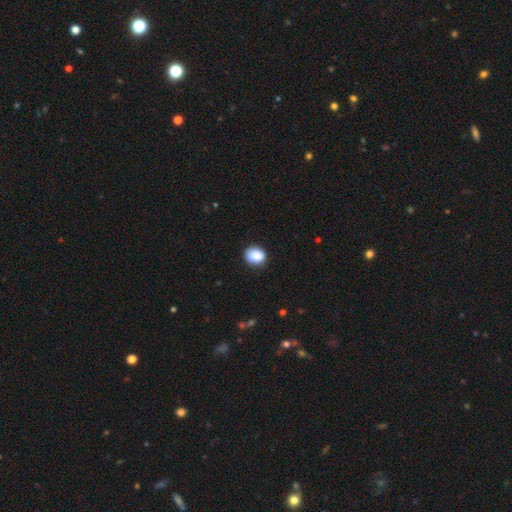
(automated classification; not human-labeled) Smooth or featured?
  - smooth: 89% *
  - star or artifact: 8%
  - featured or disk: 3%
How rounded?
  - round: 54% *
  - in between: 46%
  - cigar-shaped: 1%
Merging?
  - none: 85% *
  - minor disturbance: 12%
  - major disturbance: 2%
  - merger: 1%